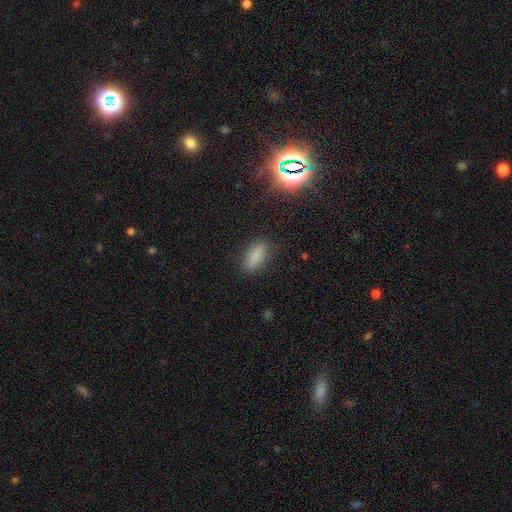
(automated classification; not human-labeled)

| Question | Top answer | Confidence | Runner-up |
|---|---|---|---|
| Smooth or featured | smooth | 83% | star or artifact (11%) |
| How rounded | in between | 72% | cigar-shaped (24%) |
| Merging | none | 83% | minor disturbance (12%) |